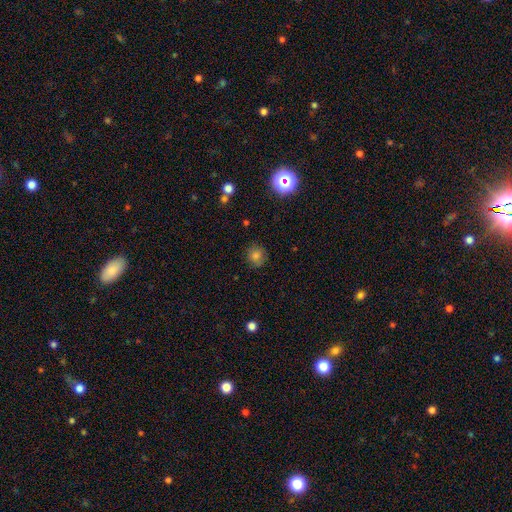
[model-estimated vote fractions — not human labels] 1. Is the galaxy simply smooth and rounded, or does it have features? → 78% smooth, 14% star or artifact, 8% featured or disk.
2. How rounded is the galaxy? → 85% round, 14% in between, 1% cigar-shaped.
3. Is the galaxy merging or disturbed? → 84% none, 12% minor disturbance, 3% major disturbance, 1% merger.